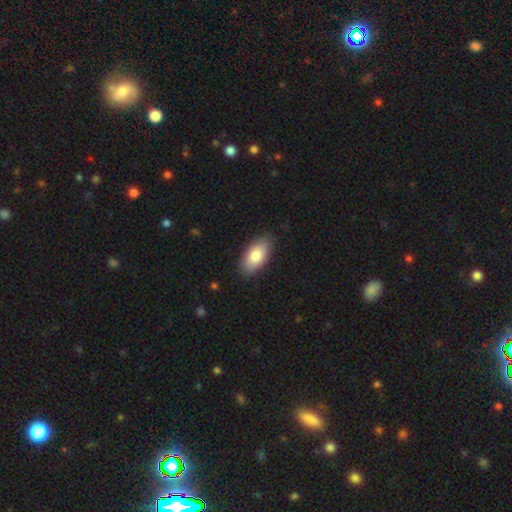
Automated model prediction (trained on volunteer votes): This is clearly a smooth galaxy (82%). How rounded: clearly in between (94%). Merging: clearly none (87%).